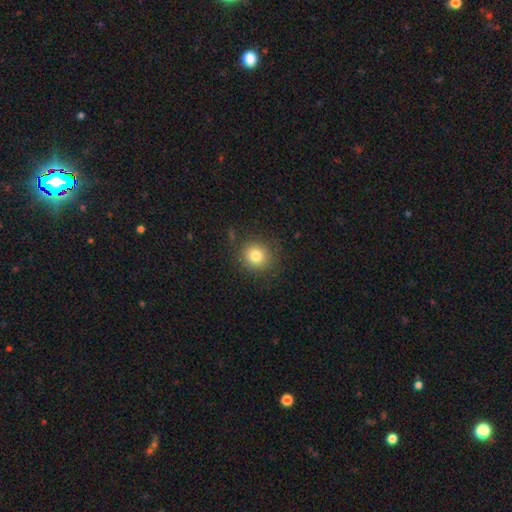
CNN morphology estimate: This appears to be a smooth galaxy with no disk features (81%) that is round (88%). Merging: none (86%).